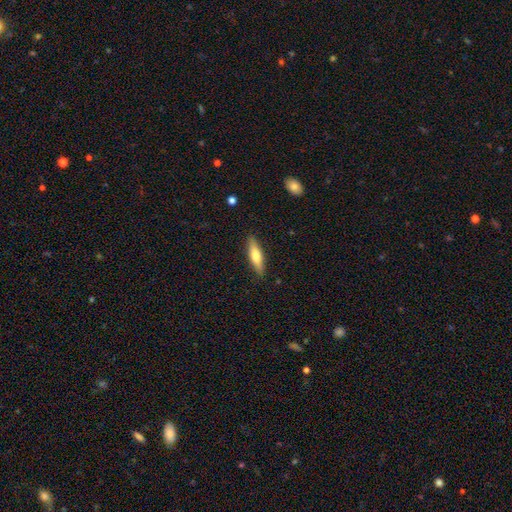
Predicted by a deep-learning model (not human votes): A smooth galaxy with no disk features (65%) that is cigar-shaped (69%). Merging: none (88%).